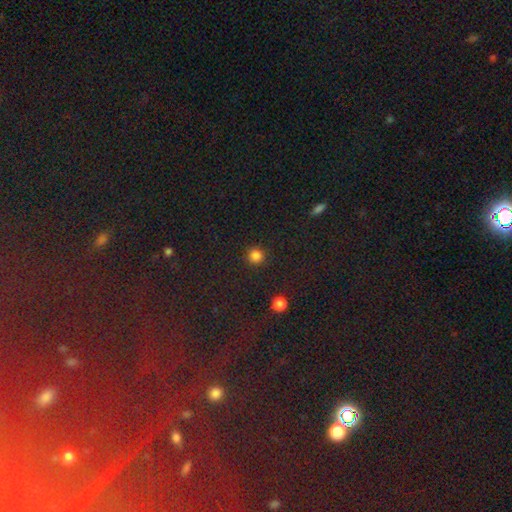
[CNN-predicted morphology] smooth 83%, star or artifact 14%, featured or disk 4%. Down the decision tree: how rounded — round (94%); merging — none (89%).